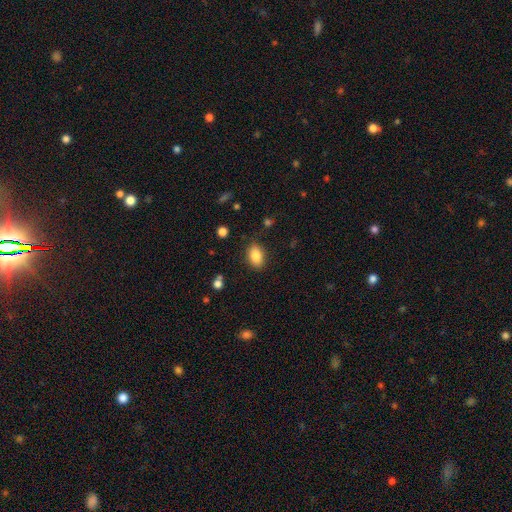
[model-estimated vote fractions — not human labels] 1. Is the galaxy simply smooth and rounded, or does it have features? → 85% smooth, 9% star or artifact, 6% featured or disk.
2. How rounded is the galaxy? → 85% in between, 13% round, 2% cigar-shaped.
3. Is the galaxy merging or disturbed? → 84% none, 11% minor disturbance, 3% major disturbance, 2% merger.